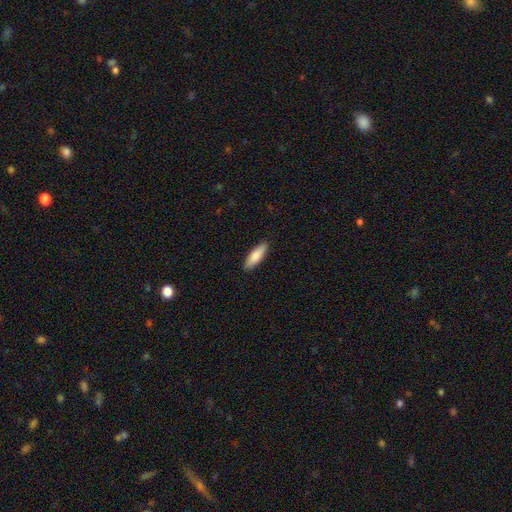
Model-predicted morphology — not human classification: Smooth or featured?
  - smooth: 84% *
  - featured or disk: 10%
  - star or artifact: 5%
How rounded?
  - in between: 51% *
  - cigar-shaped: 47%
  - round: 2%
Merging?
  - none: 89% *
  - minor disturbance: 8%
  - major disturbance: 2%
  - merger: 1%